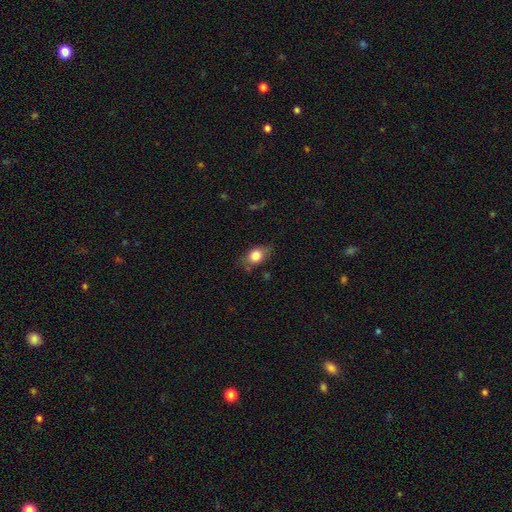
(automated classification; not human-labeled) Smooth or featured: smooth — 80% (featured or disk — 12%)
How rounded: in between — 71% (round — 26%)
Merging: none — 68% (minor disturbance — 23%)